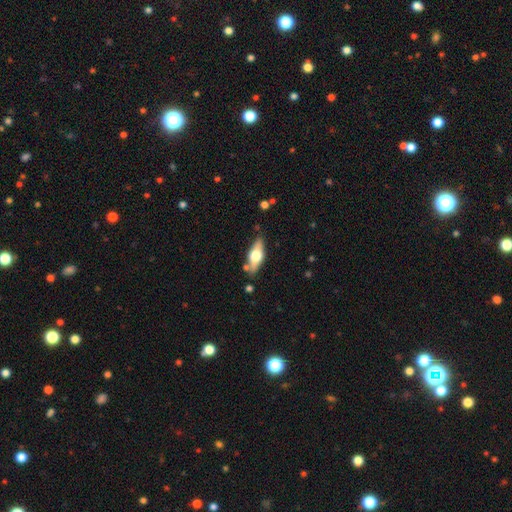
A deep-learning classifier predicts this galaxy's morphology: type=featured or disk (53%); edge-on=yes (87%); merging=none (80%).